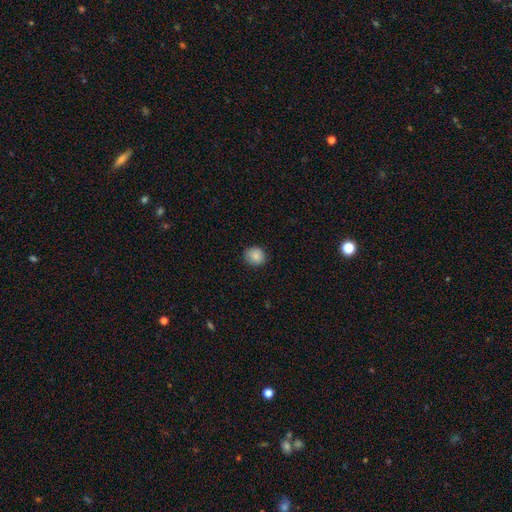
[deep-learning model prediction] Smooth or featured?
  - smooth: 85% *
  - star or artifact: 9%
  - featured or disk: 6%
How rounded?
  - round: 83% *
  - in between: 16%
  - cigar-shaped: 1%
Merging?
  - none: 85% *
  - minor disturbance: 12%
  - major disturbance: 2%
  - merger: 1%